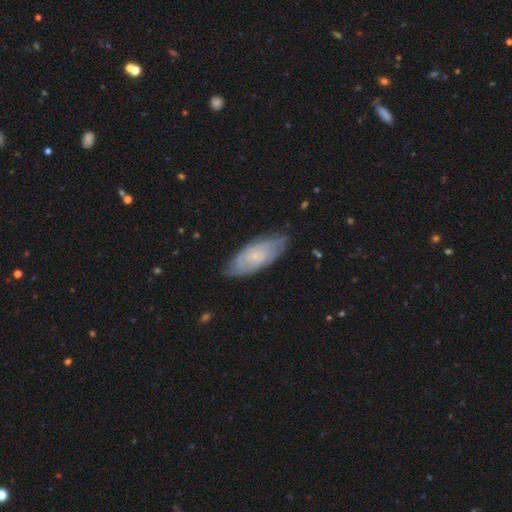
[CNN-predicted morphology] This is likely a featured or disk galaxy (66%). It is clearly not viewed edge-on (90%). Bar: likely no (75%). Spiral arm pattern: clearly yes (87%). Spiral arm count: possibly can't tell (52%). Spiral winding: likely tight (66%). Central bulge: likely small (79%). Merging: likely none (74%).